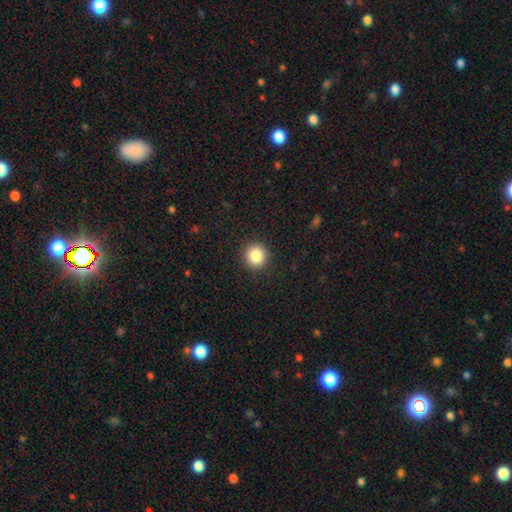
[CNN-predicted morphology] This appears to be a smooth galaxy with no disk features (85%) that is round (94%). Merging: none (92%).